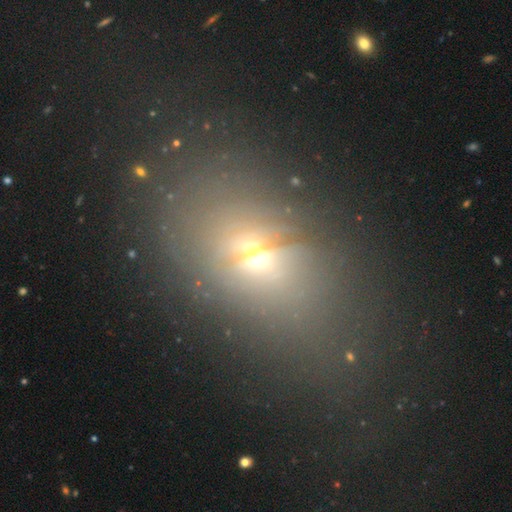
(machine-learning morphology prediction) This is marginally a smooth galaxy (45%). Merging: possibly none (60%).